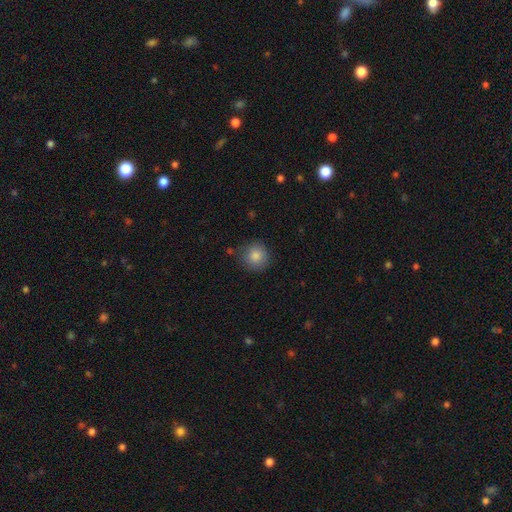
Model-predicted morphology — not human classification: Smooth or featured?
  - smooth: 85% *
  - star or artifact: 10%
  - featured or disk: 6%
How rounded?
  - round: 93% *
  - in between: 6%
  - cigar-shaped: 1%
Merging?
  - none: 83% *
  - minor disturbance: 12%
  - major disturbance: 3%
  - merger: 2%